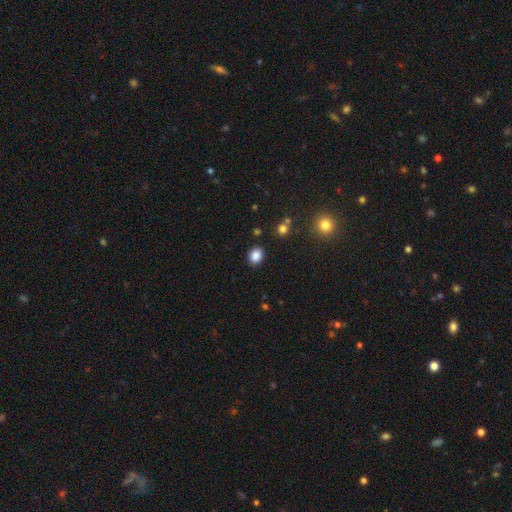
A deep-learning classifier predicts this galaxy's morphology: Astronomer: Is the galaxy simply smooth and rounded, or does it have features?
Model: smooth — 86%.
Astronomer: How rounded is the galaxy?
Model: in between — 52% (runner-up: round, 47%).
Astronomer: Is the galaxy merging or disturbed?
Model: none — 87%.